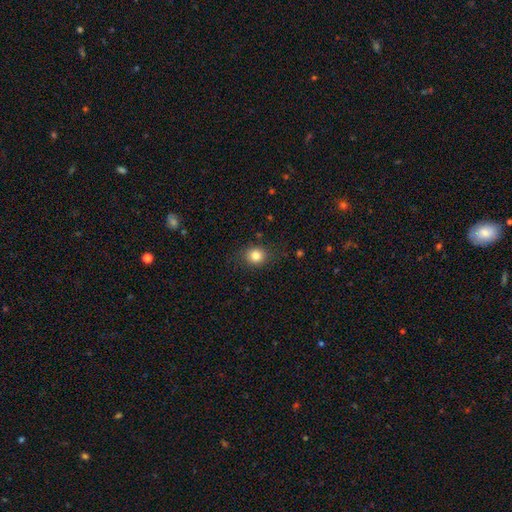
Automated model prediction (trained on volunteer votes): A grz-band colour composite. It shows a smooth galaxy with no disk features (83%) that is round (76%). Merging: none (83%).